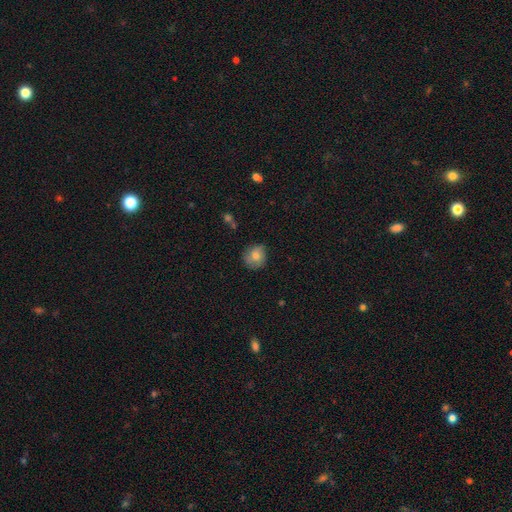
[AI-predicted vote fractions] Q: Smooth or featured?
A: smooth (76%); runner-up: featured or disk (15%)
Q: How rounded?
A: round (82%); runner-up: in between (17%)
Q: Merging?
A: none (73%); runner-up: minor disturbance (21%)